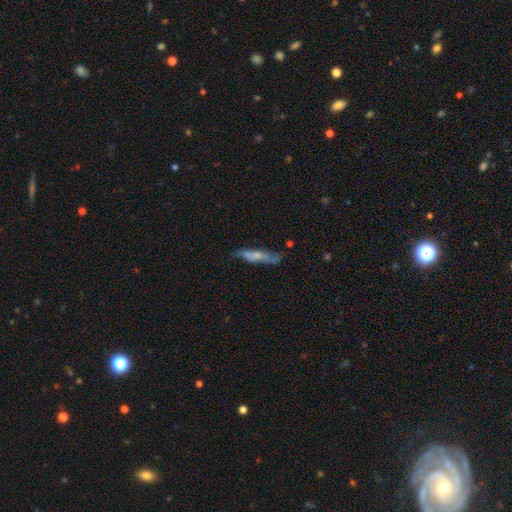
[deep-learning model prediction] A smooth galaxy with no disk features (50%) that is cigar-shaped (85%). Merging: none (69%).